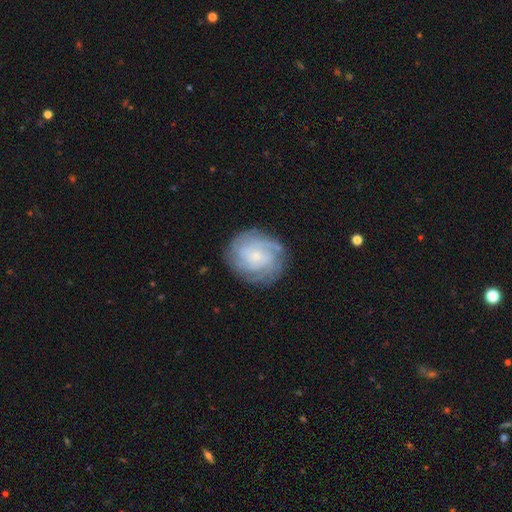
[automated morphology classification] A featured or disk galaxy (72%) with no bar (71%), tight (67%) spiral arms (92%) and a small central bulge (68%). Merging: none (79%).